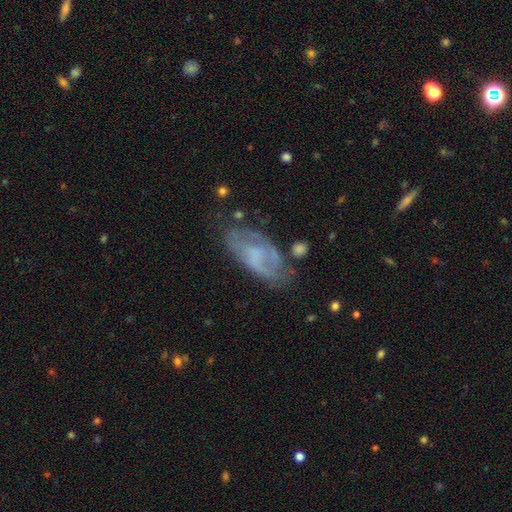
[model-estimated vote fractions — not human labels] This is possibly a featured or disk galaxy (58%). It is clearly not viewed edge-on (91%). Bar: likely no (62%). Spiral arm pattern: possibly yes (57%). Central bulge: possibly none (52%). Merging: possibly none (52%).